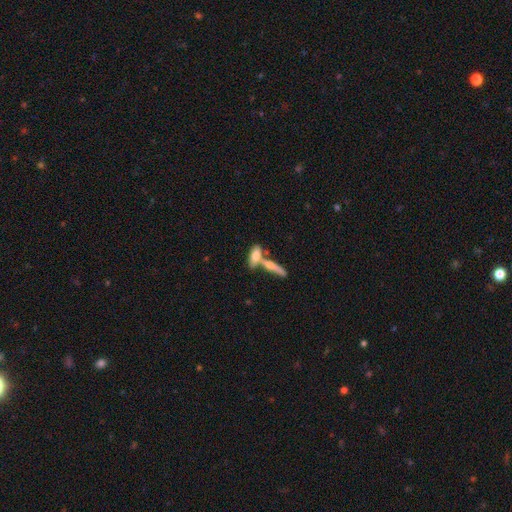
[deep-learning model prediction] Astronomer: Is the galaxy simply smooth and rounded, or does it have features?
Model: smooth — 63%.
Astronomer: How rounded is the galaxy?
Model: in between — 54% (runner-up: cigar-shaped, 43%).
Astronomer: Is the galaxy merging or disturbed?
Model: merger — 50% (runner-up: none, 38%).